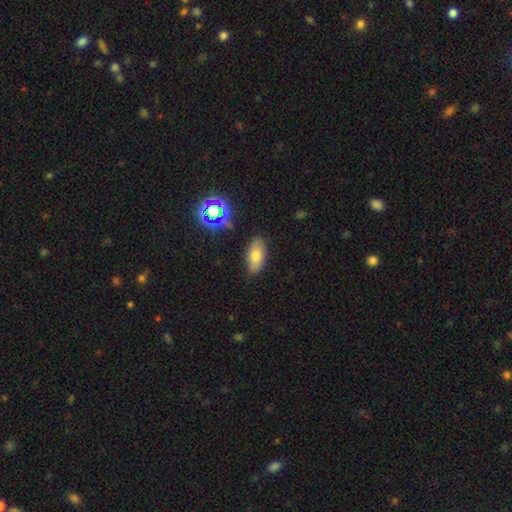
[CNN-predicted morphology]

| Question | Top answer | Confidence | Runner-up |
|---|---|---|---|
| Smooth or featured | smooth | 72% | featured or disk (14%) |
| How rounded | in between | 89% | cigar-shaped (7%) |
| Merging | none | 84% | minor disturbance (11%) |